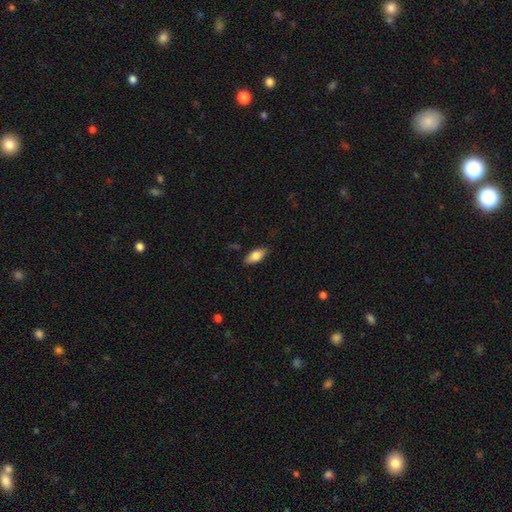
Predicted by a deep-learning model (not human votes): Overall: smooth (78%). How rounded: in between (86%). Merging: none (85%).